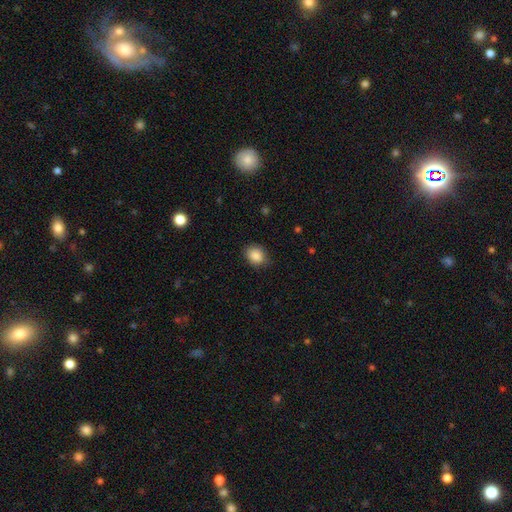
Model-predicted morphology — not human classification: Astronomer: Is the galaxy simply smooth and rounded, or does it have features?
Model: smooth — 87%.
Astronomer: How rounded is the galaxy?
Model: in between — 56% (runner-up: round, 43%).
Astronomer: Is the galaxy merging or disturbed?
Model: none — 79%.